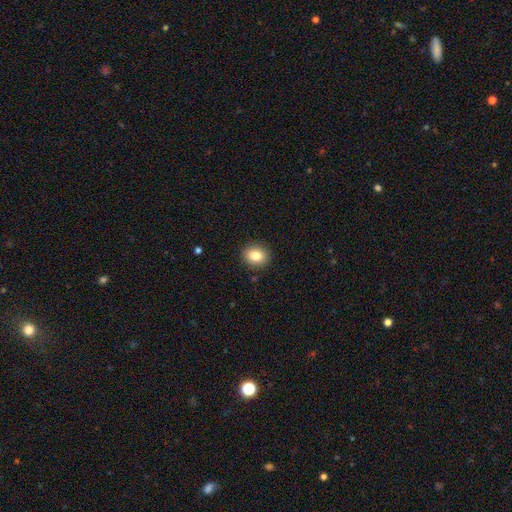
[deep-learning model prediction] smooth 83%, star or artifact 10%, featured or disk 8%. Down the decision tree: how rounded — round (63%); merging — none (89%).